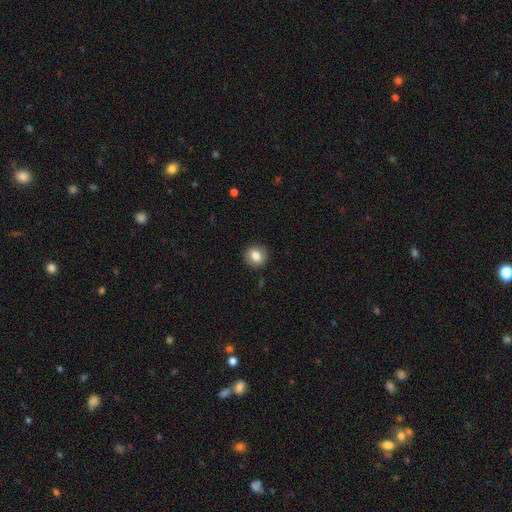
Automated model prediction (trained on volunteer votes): The model was most divided on "how rounded": round: 82%, in between: 17%, cigar-shaped: 1%. More confident: merging — none (90%); smooth or featured — smooth (83%).